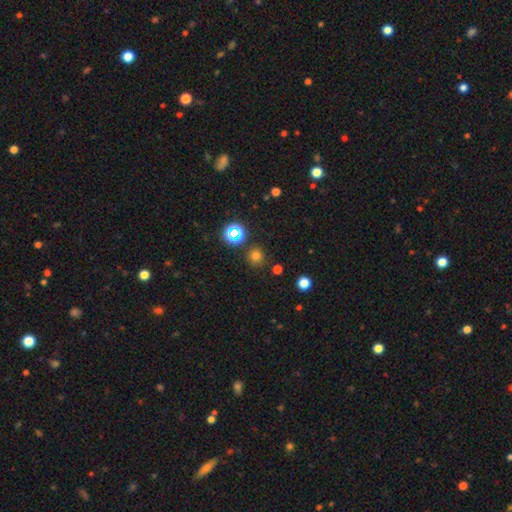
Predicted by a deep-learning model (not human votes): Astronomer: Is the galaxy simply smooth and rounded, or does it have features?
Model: smooth — 69%.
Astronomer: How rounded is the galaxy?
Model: round — 92%.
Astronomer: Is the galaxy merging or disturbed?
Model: none — 85%.